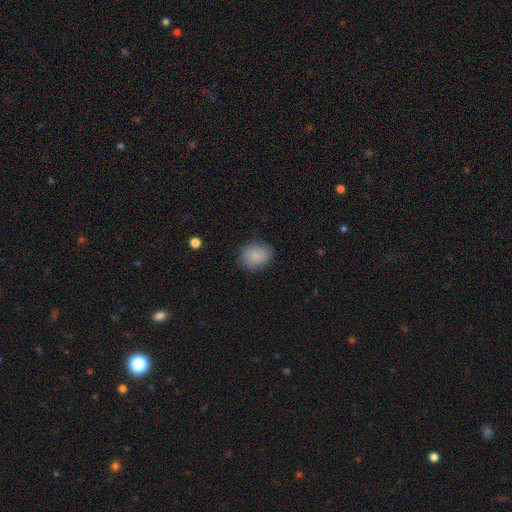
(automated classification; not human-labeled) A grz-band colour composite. It shows a smooth galaxy with no disk features (86%) that is round (55%). Merging: none (81%).